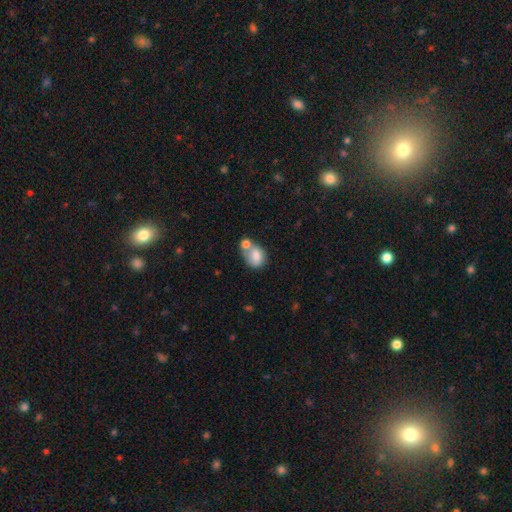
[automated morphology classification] This appears to be a smooth galaxy with no disk features (76%) that is in between round and cigar-shaped (59%). Merging: merger (56%).